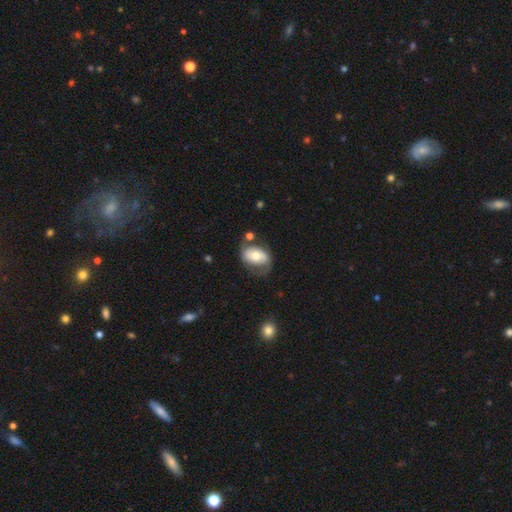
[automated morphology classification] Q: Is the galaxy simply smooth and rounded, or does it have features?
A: featured or disk — 48%.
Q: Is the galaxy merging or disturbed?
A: none — 49%.